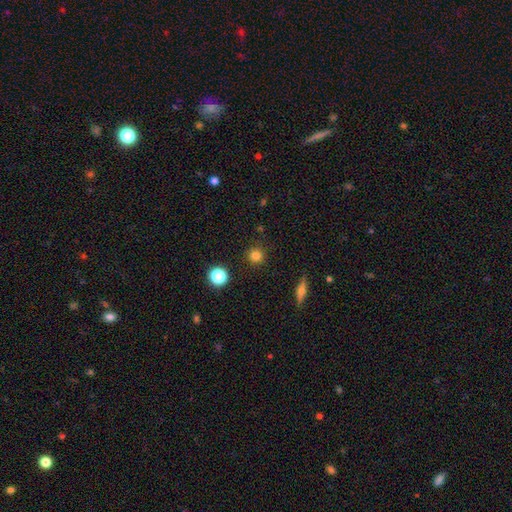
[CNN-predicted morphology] smooth 80%, star or artifact 14%, featured or disk 6%. Down the decision tree: how rounded — round (94%); merging — none (89%).